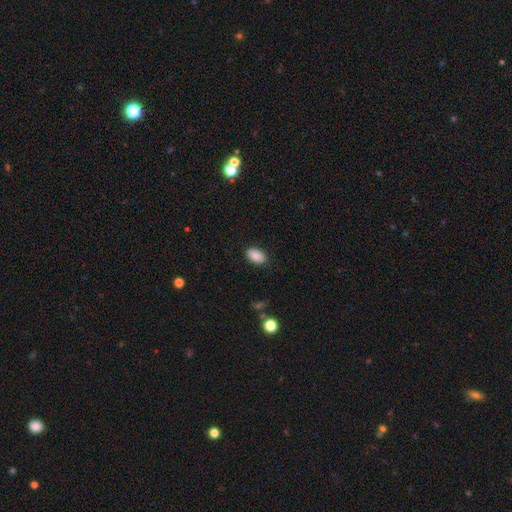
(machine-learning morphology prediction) A smooth galaxy with no disk features (87%) that is in between round and cigar-shaped (91%). Merging: none (86%).